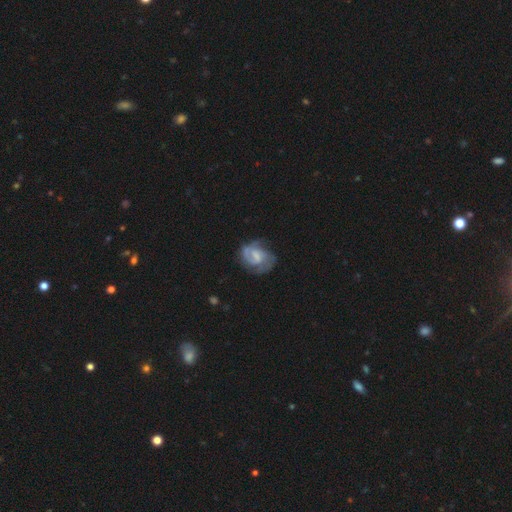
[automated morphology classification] A featured or disk galaxy (75%) with a weak bar (53%), 2 (56%) medium (44%) spiral arms (90%) and no central bulge (36%). Merging: none (59%).